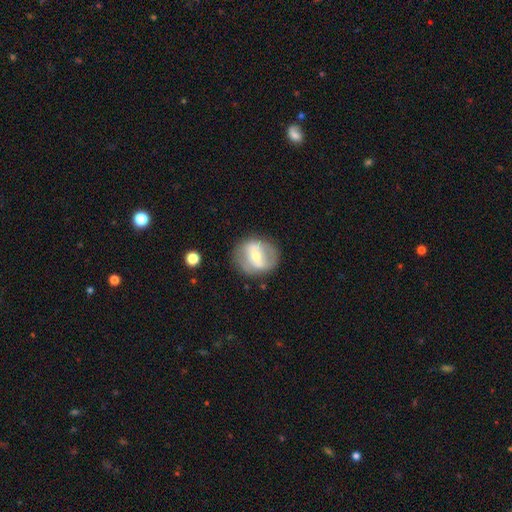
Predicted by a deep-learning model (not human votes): A featured or disk galaxy (58%) with a strong bar (44%), no spiral arms (52%) and a moderate central bulge (48%).

Vote fractions:
- Smooth or featured? featured or disk: 58% / smooth: 35% / star or artifact: 7%
- Edge-on disk? no: 94% / yes: 6%
- Bar? strong: 44% / weak: 35% / no: 21%
- Spiral arms? no: 52% / yes: 48%
- Bulge size? moderate: 48% / small: 43% / large: 5% / none: 2% / dominant: 1%
- Merging? none: 73% / minor disturbance: 17% / major disturbance: 9% / merger: 2%